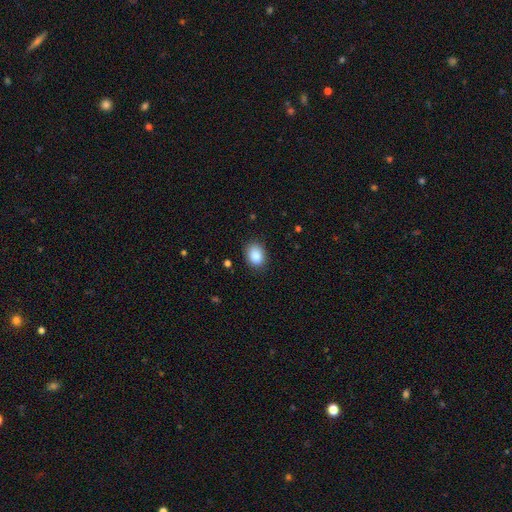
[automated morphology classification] The model was most divided on "how rounded": in between: 63%, round: 36%, cigar-shaped: 1%. More confident: smooth or featured — smooth (88%); merging — none (85%).